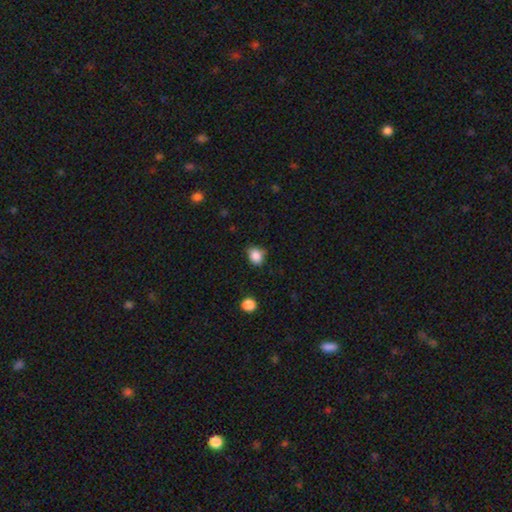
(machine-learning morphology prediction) This appears to be a smooth galaxy with no disk features (86%) that is round (56%). Merging: none (71%).